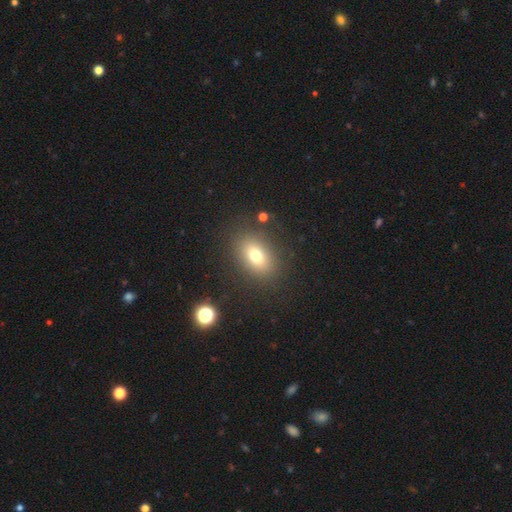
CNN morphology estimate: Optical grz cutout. It shows a smooth galaxy with no disk features (73%) that is in between round and cigar-shaped (74%). Merging: none (84%).